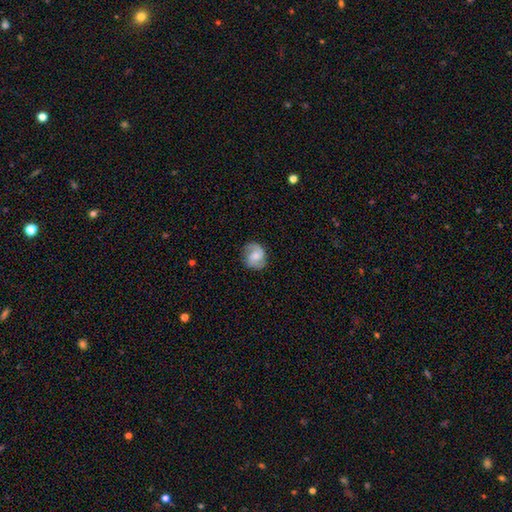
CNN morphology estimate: type=featured or disk (69%); edge-on=no (98%); bar=weak (46%); spiral arms=yes (95%); winding=medium (50%); arm count=2 (89%); bulge=moderate (44%); merging=none (80%).